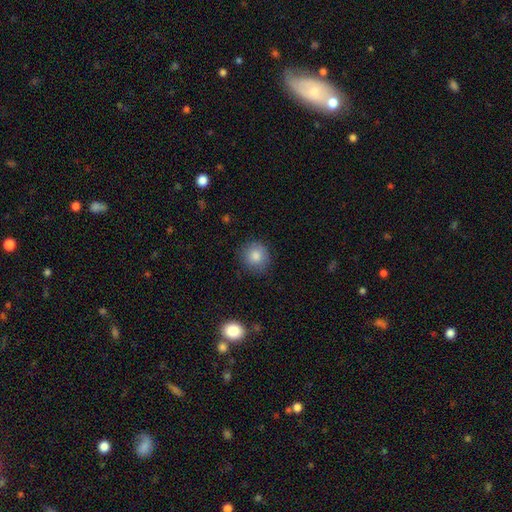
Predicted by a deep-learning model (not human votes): Smooth or featured? Predicted: smooth (p=0.83). How rounded? Predicted: round (p=0.88). Merging? Predicted: none (p=0.86).